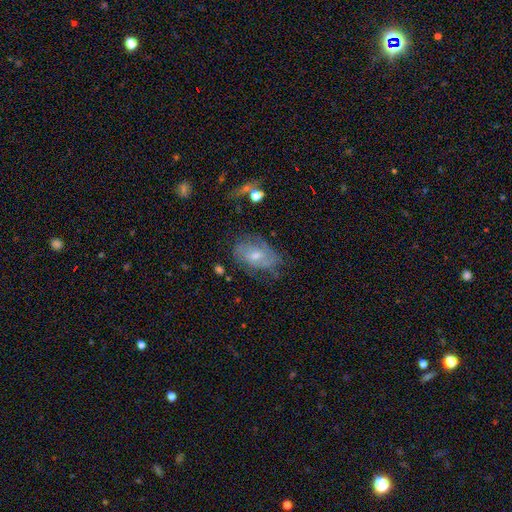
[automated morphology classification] Smooth or featured: featured or disk — 64% (smooth — 24%)
Edge-on disk: no — 95% (yes — 5%)
Bar: no — 58% (weak — 35%)
Spiral arms: yes — 82% (no — 18%)
Bulge size: moderate — 50% (small — 42%)
Merging: none — 66% (minor disturbance — 22%)